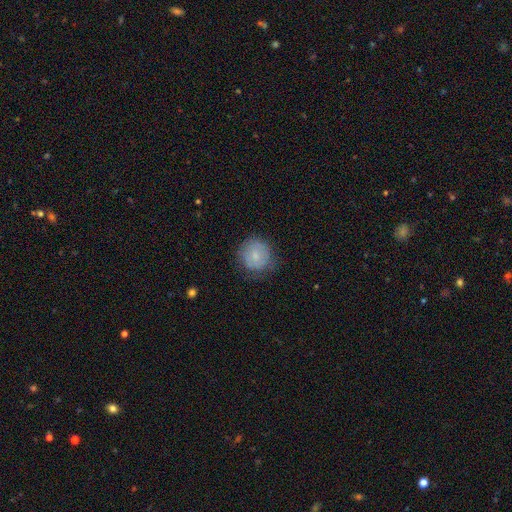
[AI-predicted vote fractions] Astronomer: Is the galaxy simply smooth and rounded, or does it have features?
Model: smooth — 69%.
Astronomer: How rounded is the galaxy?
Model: round — 88%.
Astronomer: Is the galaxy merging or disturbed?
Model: none — 69%.